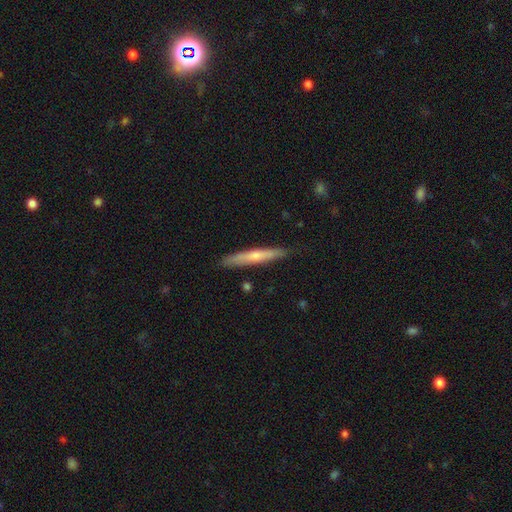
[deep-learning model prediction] This appears to be a featured or disk galaxy (57%) viewed edge-on (94%) with a rounded central bulge (74%). Merging: none (88%).